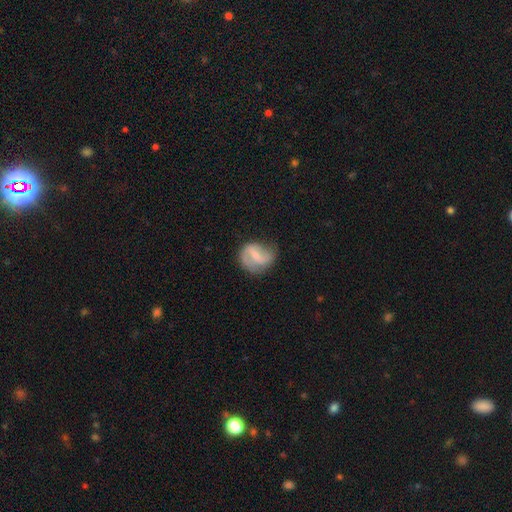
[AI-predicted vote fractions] featured or disk 62%, smooth 32%, star or artifact 6%. Down the decision tree: edge-on disk — no (97%); bar — weak (46%); spiral arms — yes (77%); bulge size — small (55%); merging — none (53%).